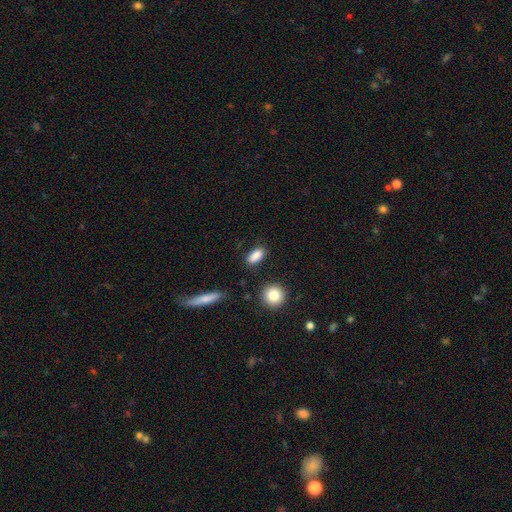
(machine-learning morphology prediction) type=smooth (86%); roundness=in between (79%); merging=none (81%).